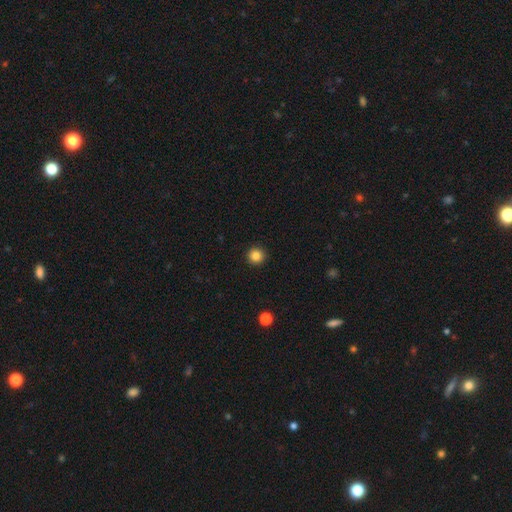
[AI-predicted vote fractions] Smooth or featured?
  - smooth: 85% *
  - star or artifact: 11%
  - featured or disk: 4%
How rounded?
  - round: 96% *
  - in between: 3%
  - cigar-shaped: 1%
Merging?
  - none: 93% *
  - minor disturbance: 4%
  - major disturbance: 2%
  - merger: 1%